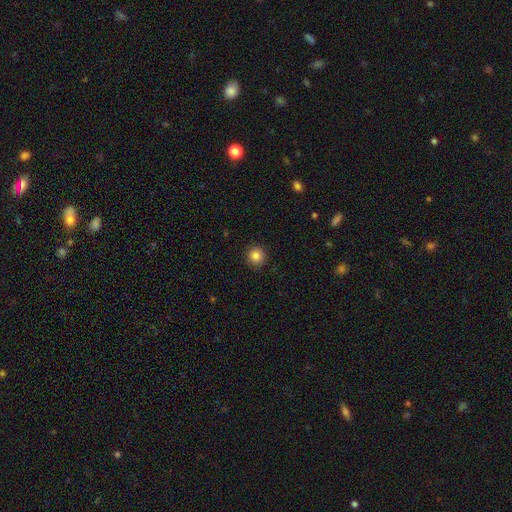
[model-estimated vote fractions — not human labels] Smooth or featured: smooth — 84% (star or artifact — 11%)
How rounded: round — 94% (in between — 5%)
Merging: none — 91% (minor disturbance — 6%)